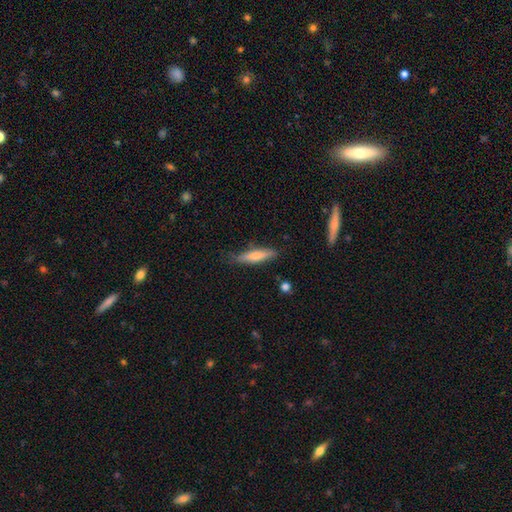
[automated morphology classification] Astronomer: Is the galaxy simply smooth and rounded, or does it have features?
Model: smooth — 61%.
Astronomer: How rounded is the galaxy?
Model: cigar-shaped — 82%.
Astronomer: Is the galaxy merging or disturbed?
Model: none — 77%.